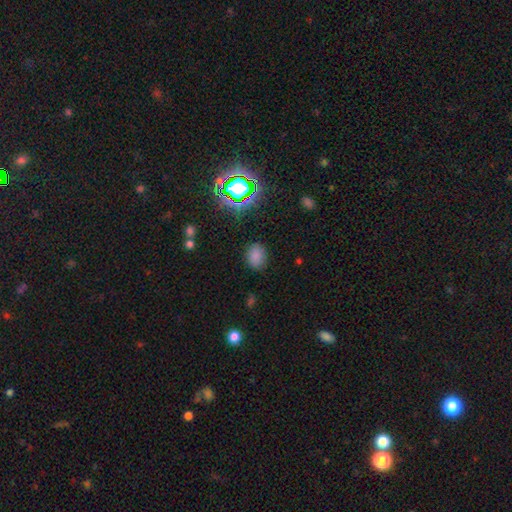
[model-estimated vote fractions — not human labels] smooth 76%, star or artifact 17%, featured or disk 6%. Down the decision tree: how rounded — in between (63%); merging — none (82%).